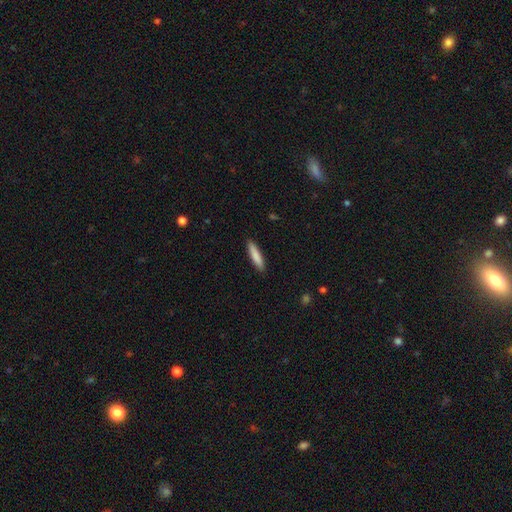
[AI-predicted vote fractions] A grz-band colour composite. It shows a smooth galaxy with no disk features (86%) that is cigar-shaped (82%). Merging: none (90%).